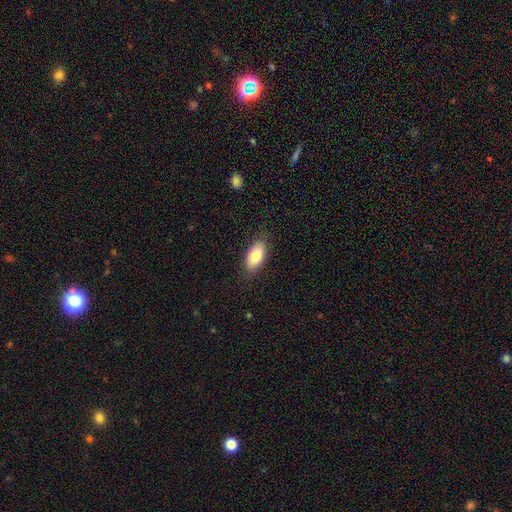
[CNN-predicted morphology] Smooth or featured? Predicted: smooth (p=0.83). How rounded? Predicted: in between (p=0.90). Merging? Predicted: none (p=0.85).